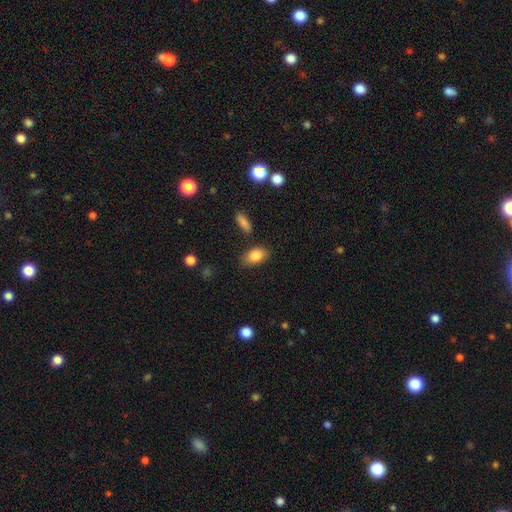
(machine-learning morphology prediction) smooth 83%, featured or disk 9%, star or artifact 8%. Down the decision tree: how rounded — in between (86%); merging — none (76%).